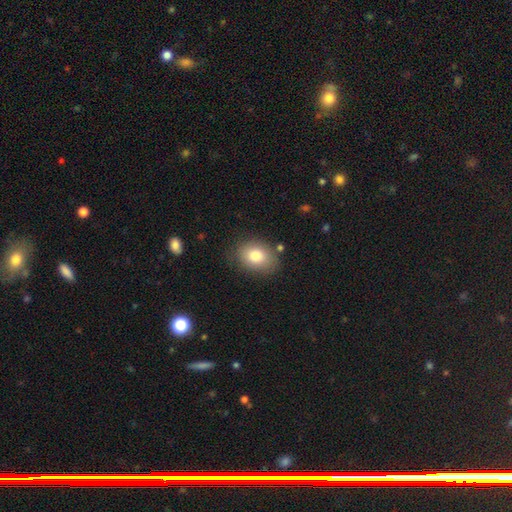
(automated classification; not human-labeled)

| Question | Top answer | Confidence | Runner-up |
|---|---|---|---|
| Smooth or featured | smooth | 80% | featured or disk (11%) |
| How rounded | in between | 65% | round (34%) |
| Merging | none | 81% | minor disturbance (13%) |